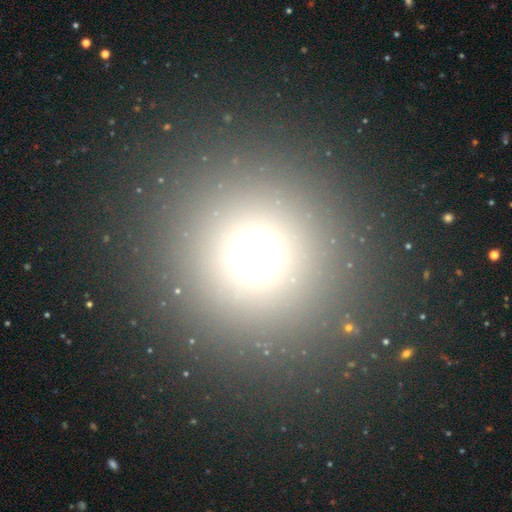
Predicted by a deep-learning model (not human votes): Overall: smooth (59%; star or artifact 33%). How rounded: round (94%). Merging: none (89%).